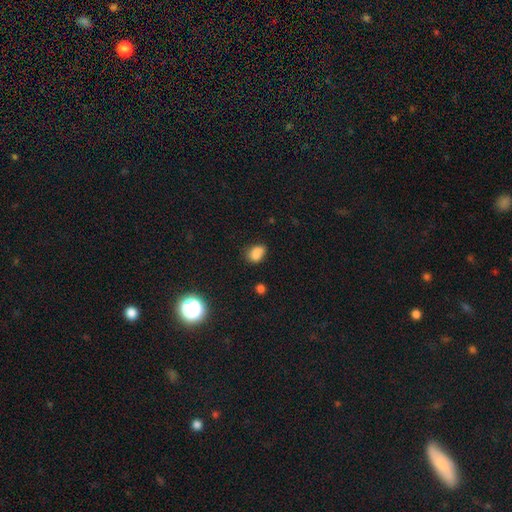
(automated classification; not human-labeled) This appears to be a smooth galaxy with no disk features (79%) that is in between round and cigar-shaped (66%). Merging: none (55%).